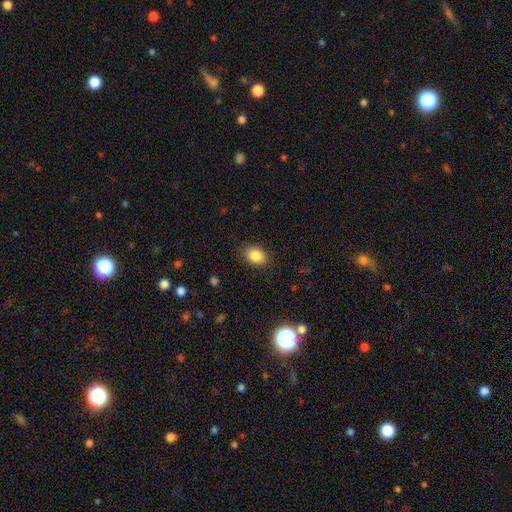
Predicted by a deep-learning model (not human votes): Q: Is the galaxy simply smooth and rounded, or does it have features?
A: smooth — 85%.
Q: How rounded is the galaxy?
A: in between — 62%.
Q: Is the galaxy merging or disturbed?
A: none — 85%.